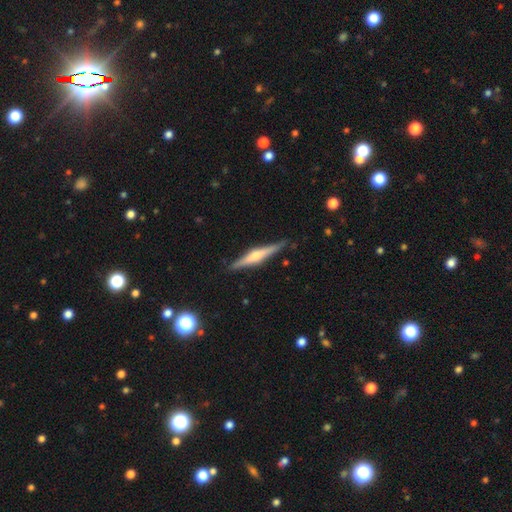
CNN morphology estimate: Smooth or featured? Predicted: featured or disk (p=0.72). Edge-on disk? Predicted: yes (p=0.98). Edge-on bulge? Predicted: rounded (p=0.81). Merging? Predicted: none (p=0.88).